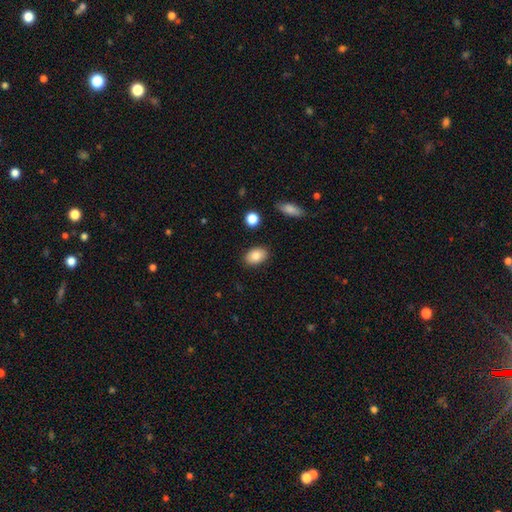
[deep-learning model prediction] Smooth or featured? smooth (83%)
How rounded? in between (84%)
Merging? none (87%)